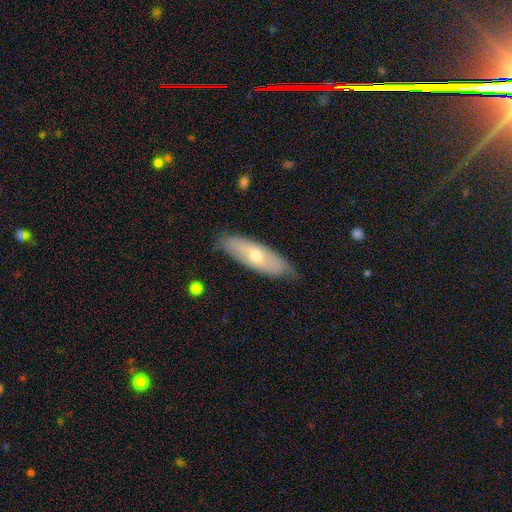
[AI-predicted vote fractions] Morphology: type=smooth (55%); roundness=in between (55%); merging=none (81%).